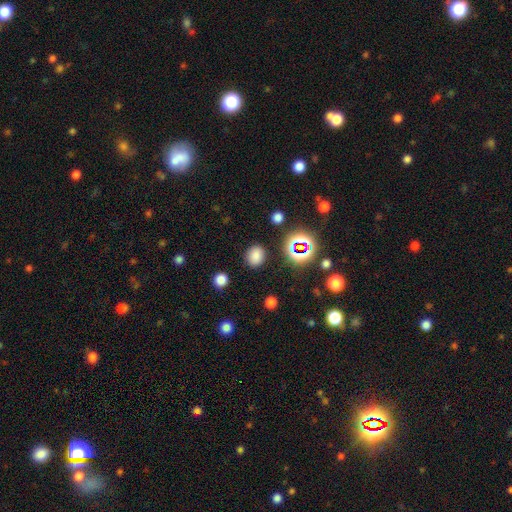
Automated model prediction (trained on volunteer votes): A smooth galaxy with no disk features (77%) that is round (57%). Merging: none (86%).